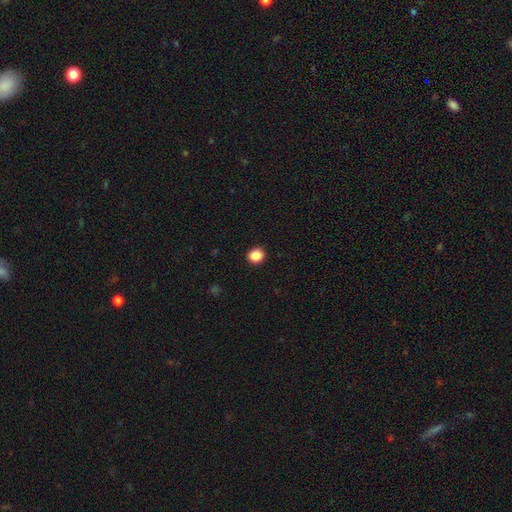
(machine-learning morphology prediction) This is clearly a smooth galaxy (87%). How rounded: clearly round (84%). Merging: clearly none (92%).